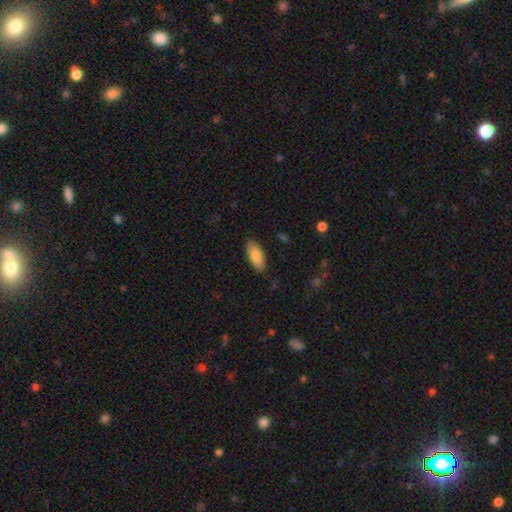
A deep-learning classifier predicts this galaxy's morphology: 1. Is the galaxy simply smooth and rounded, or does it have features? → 86% smooth, 8% featured or disk, 6% star or artifact.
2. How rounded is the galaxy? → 85% in between, 13% cigar-shaped, 2% round.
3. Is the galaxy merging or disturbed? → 85% none, 11% minor disturbance, 2% major disturbance, 1% merger.